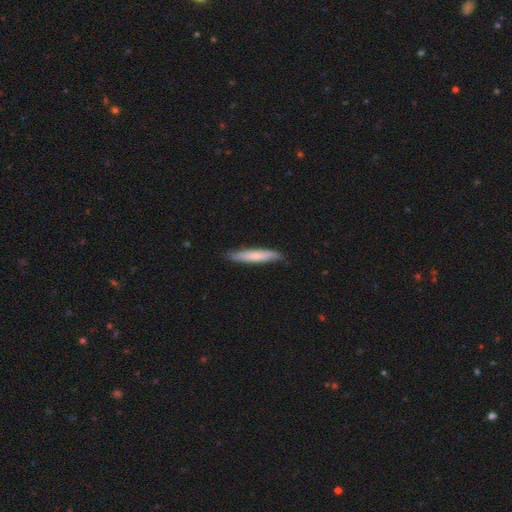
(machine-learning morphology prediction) A smooth galaxy with no disk features (67%) that is cigar-shaped (93%).

Vote fractions:
- Smooth or featured? smooth: 67% / featured or disk: 28% / star or artifact: 5%
- How rounded? cigar-shaped: 93% / in between: 6% / round: 1%
- Merging? none: 83% / minor disturbance: 14% / major disturbance: 2% / merger: 1%